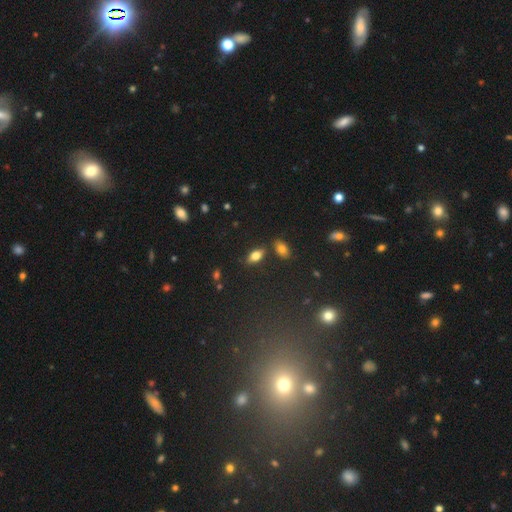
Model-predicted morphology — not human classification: Smooth or featured? Predicted: smooth (p=0.73). How rounded? Predicted: in between (p=0.85). Merging? Predicted: none (p=0.78).